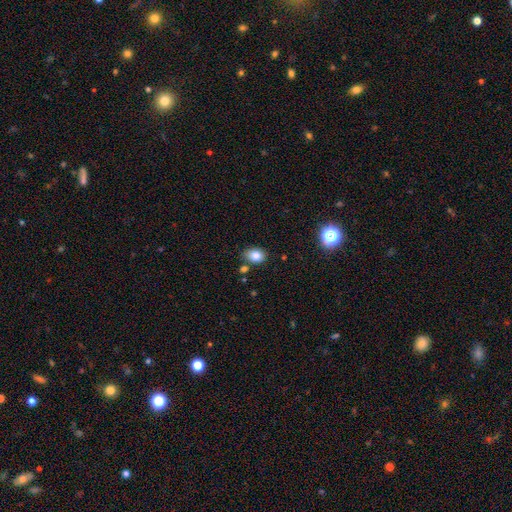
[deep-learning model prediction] Smooth or featured?
  - smooth: 82% *
  - star or artifact: 11%
  - featured or disk: 7%
How rounded?
  - in between: 71% *
  - round: 28%
  - cigar-shaped: 1%
Merging?
  - none: 76% *
  - minor disturbance: 15%
  - merger: 6%
  - major disturbance: 3%